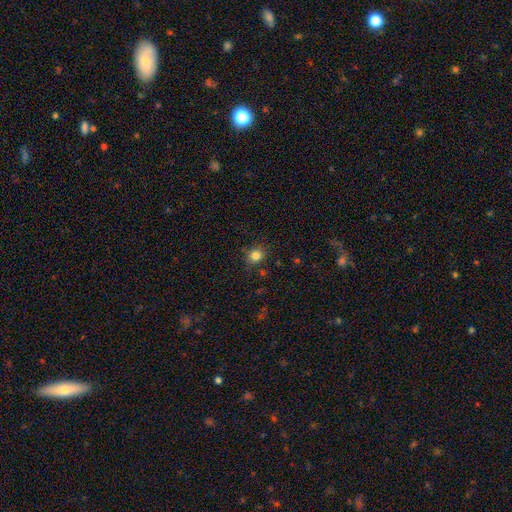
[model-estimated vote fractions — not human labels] smooth-or-featured: smooth: 82% | star or artifact: 13% | featured or disk: 5%
  how-rounded: round: 79% | in between: 21% | cigar-shaped: 1%
  merging: none: 80% | minor disturbance: 14% | major disturbance: 4% | merger: 2%